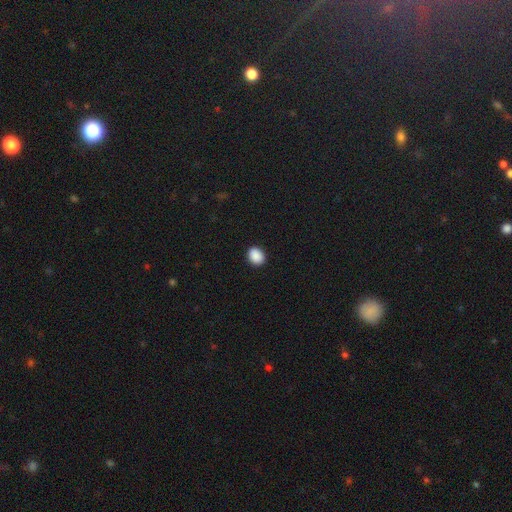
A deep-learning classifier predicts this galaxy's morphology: smooth-or-featured: smooth: 90% | star or artifact: 8% | featured or disk: 2%
  how-rounded: in between: 51% | round: 48% | cigar-shaped: 1%
  merging: none: 91% | minor disturbance: 7% | major disturbance: 2% | merger: 1%